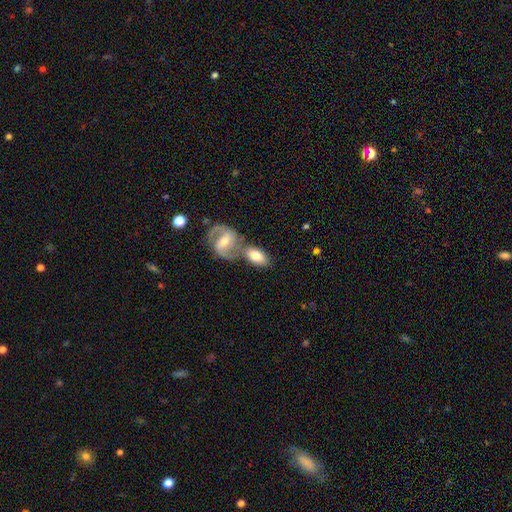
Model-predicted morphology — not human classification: smooth-or-featured: smooth: 59% | featured or disk: 36% | star or artifact: 6%
  how-rounded: in between: 89% | round: 8% | cigar-shaped: 3%
  merging: none: 42% | merger: 41% | minor disturbance: 12% | major disturbance: 4%